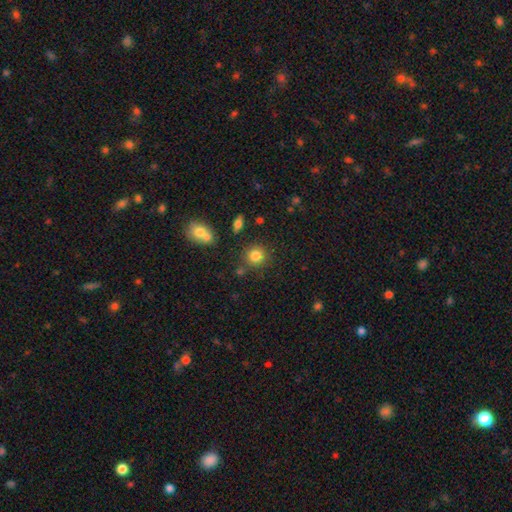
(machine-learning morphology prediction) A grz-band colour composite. It shows a smooth galaxy with no disk features (82%) that is round (88%). Merging: none (79%).